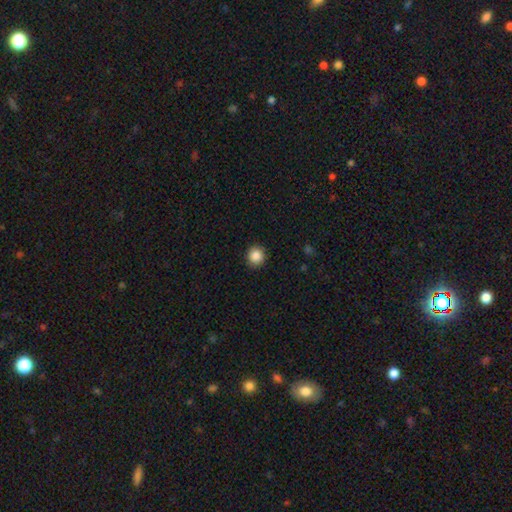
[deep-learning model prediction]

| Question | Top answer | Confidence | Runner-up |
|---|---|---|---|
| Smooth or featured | smooth | 87% | star or artifact (9%) |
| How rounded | round | 90% | in between (9%) |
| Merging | none | 91% | minor disturbance (6%) |